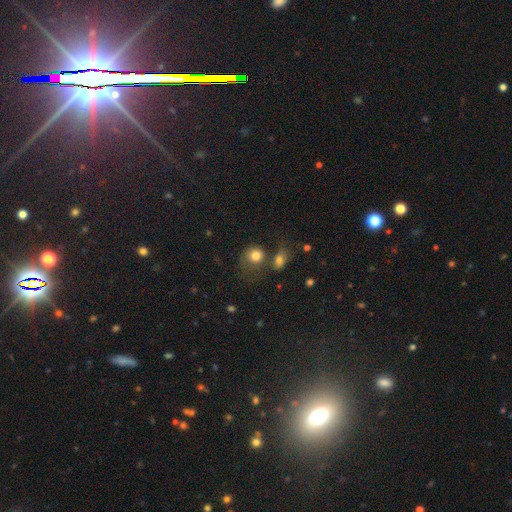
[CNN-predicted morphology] smooth 79%, featured or disk 11%, star or artifact 10%. Down the decision tree: how rounded — round (71%); merging — none (38%).